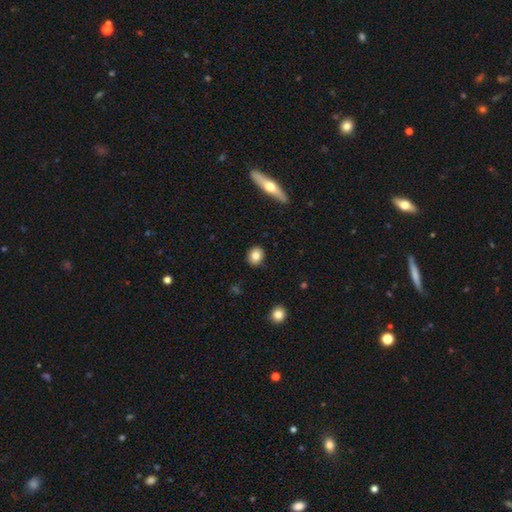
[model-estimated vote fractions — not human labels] A smooth galaxy with no disk features (82%) that is round (67%).

Vote fractions:
- Smooth or featured? smooth: 82% / featured or disk: 9% / star or artifact: 9%
- How rounded? round: 67% / in between: 32% / cigar-shaped: 2%
- Merging? none: 88% / minor disturbance: 8% / major disturbance: 2% / merger: 1%